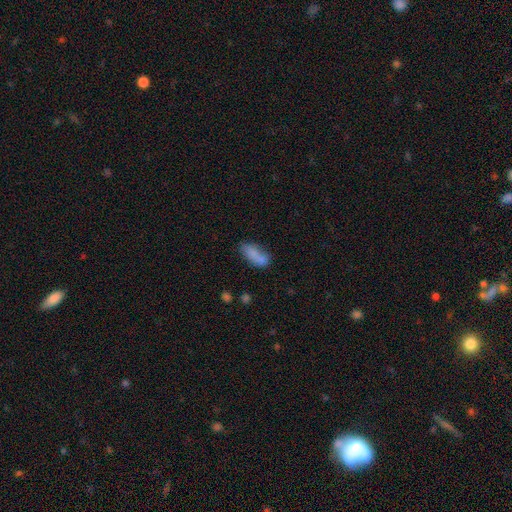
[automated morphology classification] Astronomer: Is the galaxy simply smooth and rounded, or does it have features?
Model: smooth — 79%.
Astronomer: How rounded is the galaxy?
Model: in between — 78%.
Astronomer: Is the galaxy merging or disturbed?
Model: none — 50%.